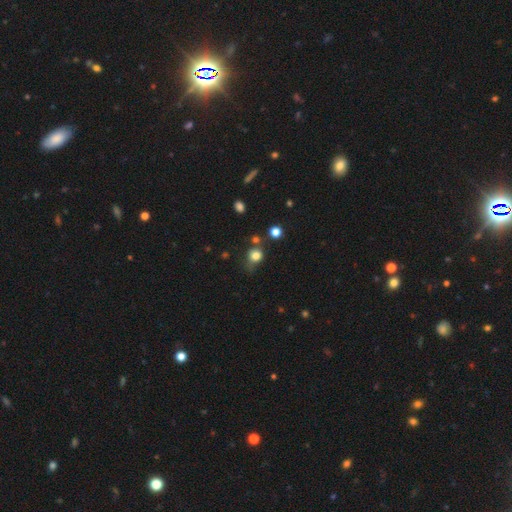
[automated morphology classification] Smooth or featured?
  - smooth: 79% *
  - star or artifact: 14%
  - featured or disk: 7%
How rounded?
  - round: 77% *
  - in between: 22%
  - cigar-shaped: 1%
Merging?
  - none: 57% *
  - minor disturbance: 24%
  - merger: 9%
  - major disturbance: 9%